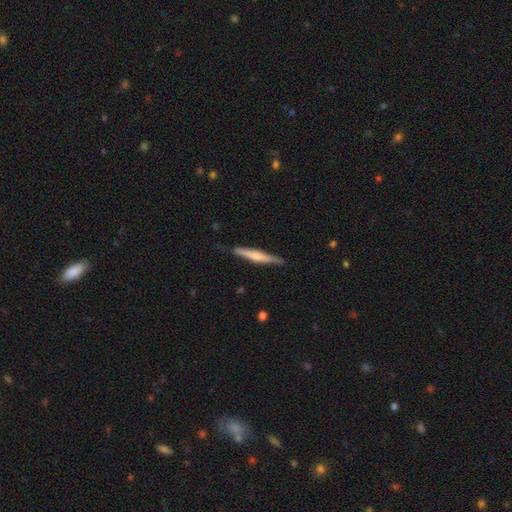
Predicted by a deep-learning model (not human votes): Smooth or featured: featured or disk — 49% (smooth — 46%)
Merging: none — 82% (minor disturbance — 14%)